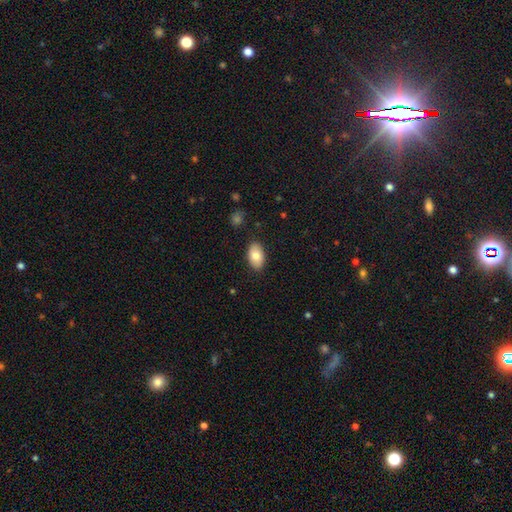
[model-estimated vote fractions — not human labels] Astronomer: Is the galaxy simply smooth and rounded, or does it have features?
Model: smooth — 82%.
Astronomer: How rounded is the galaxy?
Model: in between — 93%.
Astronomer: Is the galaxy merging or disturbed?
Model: none — 87%.